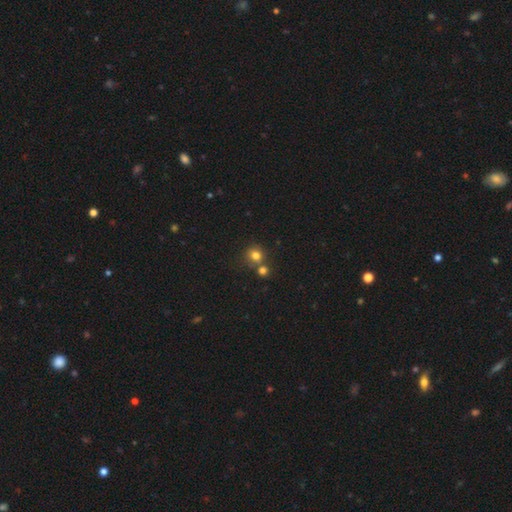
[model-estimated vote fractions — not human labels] A smooth galaxy with no disk features (77%) that is round (88%).

Vote fractions:
- Smooth or featured? smooth: 77% / star or artifact: 15% / featured or disk: 8%
- How rounded? round: 88% / in between: 11% / cigar-shaped: 1%
- Merging? none: 59% / merger: 31% / minor disturbance: 7% / major disturbance: 3%